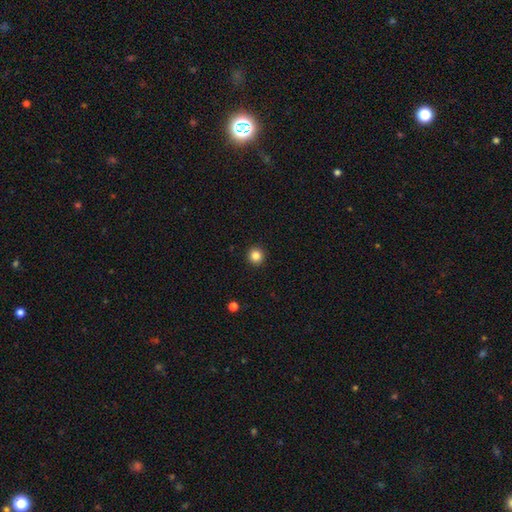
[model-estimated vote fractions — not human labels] Q: Smooth or featured?
A: smooth (84%); runner-up: star or artifact (11%)
Q: How rounded?
A: round (95%); runner-up: in between (4%)
Q: Merging?
A: none (93%); runner-up: minor disturbance (4%)